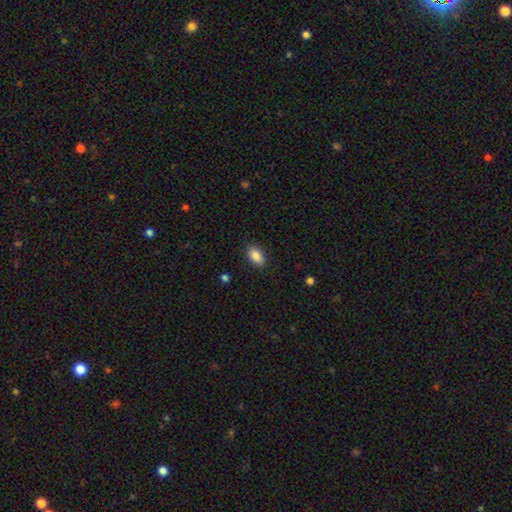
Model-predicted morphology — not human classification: Smooth or featured: smooth — 87% (star or artifact — 7%)
How rounded: in between — 92% (round — 6%)
Merging: none — 88% (minor disturbance — 9%)